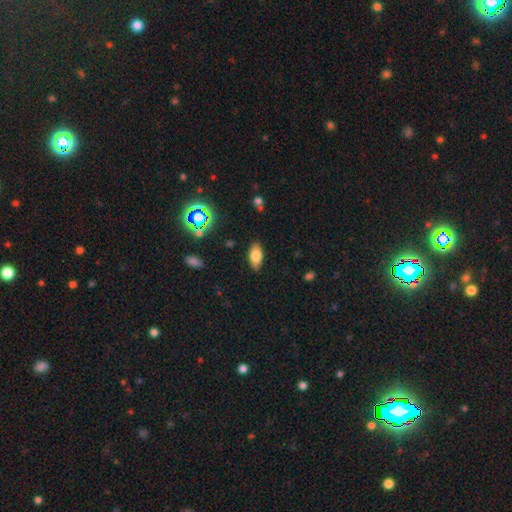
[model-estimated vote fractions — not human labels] Overall: smooth (76%). How rounded: in between (89%). Merging: none (86%).